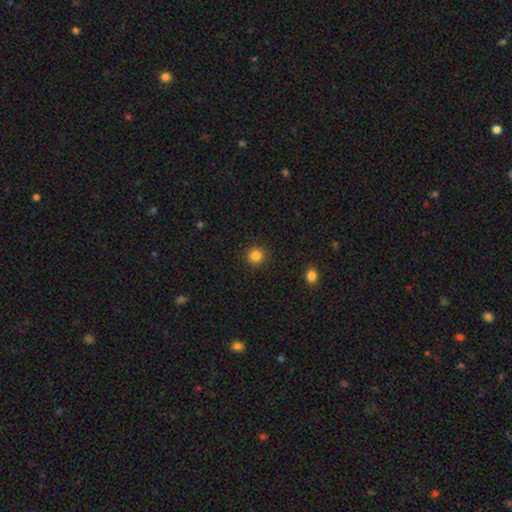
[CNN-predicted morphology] Smooth or featured?
  - smooth: 84% *
  - star or artifact: 12%
  - featured or disk: 4%
How rounded?
  - round: 93% *
  - in between: 6%
  - cigar-shaped: 1%
Merging?
  - none: 91% *
  - minor disturbance: 5%
  - major disturbance: 2%
  - merger: 1%